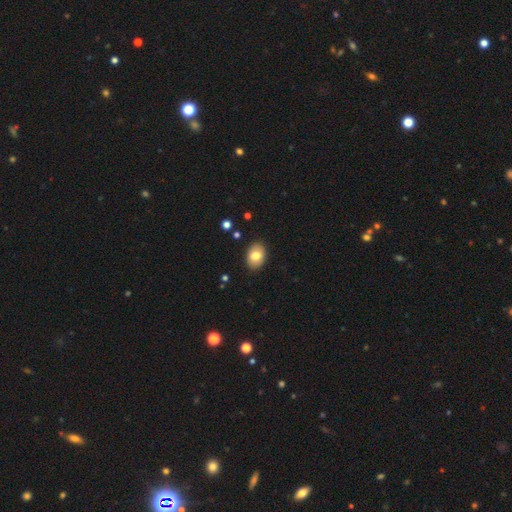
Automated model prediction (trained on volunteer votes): This appears to be a smooth galaxy with no disk features (80%) that is in between round and cigar-shaped (80%). Merging: none (89%).